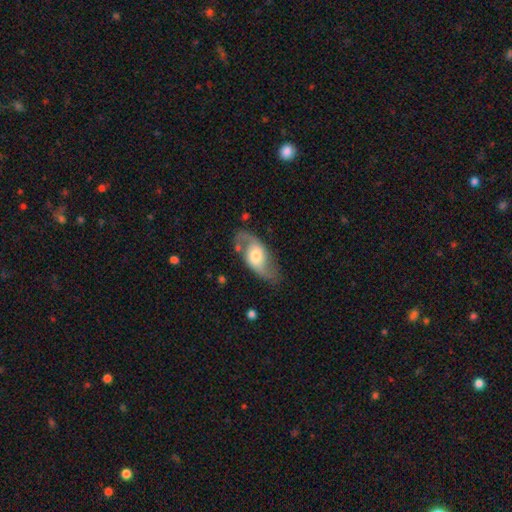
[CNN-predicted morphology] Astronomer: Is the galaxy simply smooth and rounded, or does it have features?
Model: featured or disk — 72%.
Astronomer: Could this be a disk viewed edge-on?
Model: no — 93%.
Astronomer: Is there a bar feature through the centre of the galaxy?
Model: no — 60%.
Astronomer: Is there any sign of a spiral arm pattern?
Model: yes — 87%.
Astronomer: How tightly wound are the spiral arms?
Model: loose — 55% (runner-up: medium, 36%).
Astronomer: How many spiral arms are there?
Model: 2 — 88%.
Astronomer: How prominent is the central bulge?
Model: moderate — 56%.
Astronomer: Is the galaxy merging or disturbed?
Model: none — 70%.